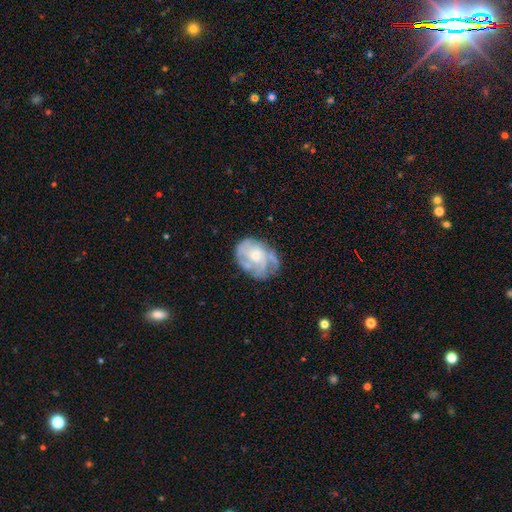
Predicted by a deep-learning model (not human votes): This appears to be a featured or disk galaxy (72%) with no bar (73%), tight (48%) spiral arms (81%) and a moderate central bulge (45%, tied with small). Merging: none (59%).